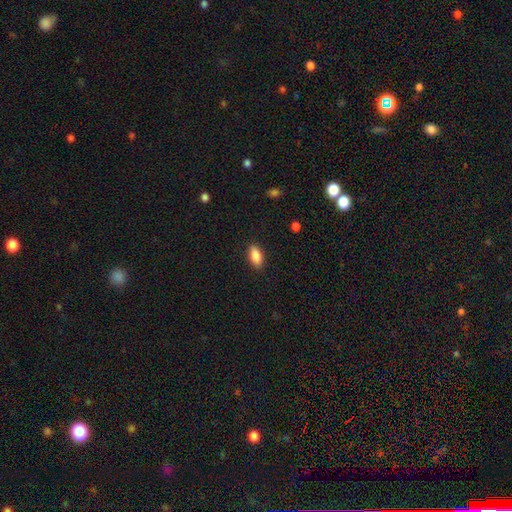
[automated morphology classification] Overall: smooth (88%). How rounded: in between (88%). Merging: none (88%).